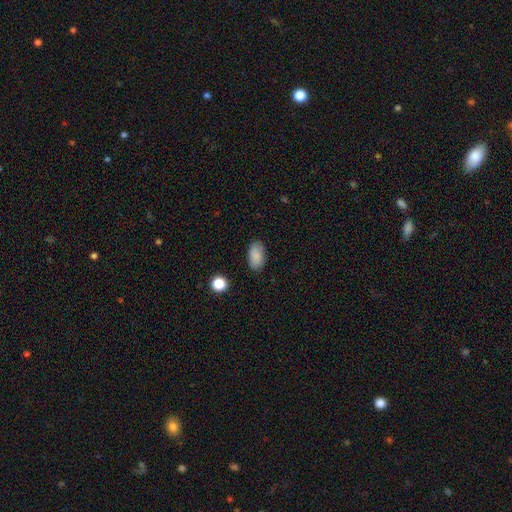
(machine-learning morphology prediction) smooth-or-featured: smooth: 87% | star or artifact: 8% | featured or disk: 5%
  how-rounded: in between: 92% | round: 5% | cigar-shaped: 3%
  merging: none: 85% | minor disturbance: 11% | major disturbance: 3% | merger: 1%